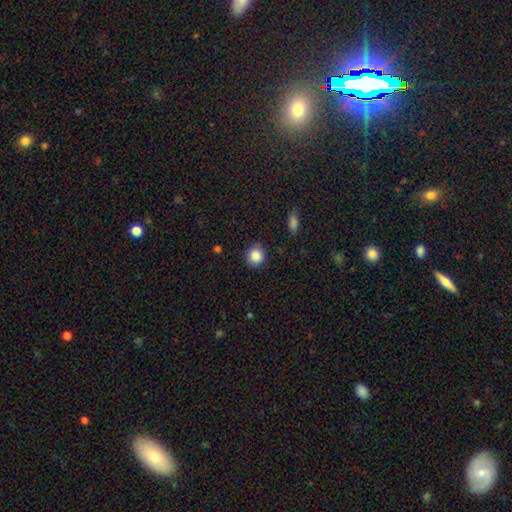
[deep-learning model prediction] The model was most divided on "merging": none: 82%, minor disturbance: 14%, major disturbance: 3%, merger: 2%. More confident: smooth or featured — smooth (87%); how rounded — round (86%).